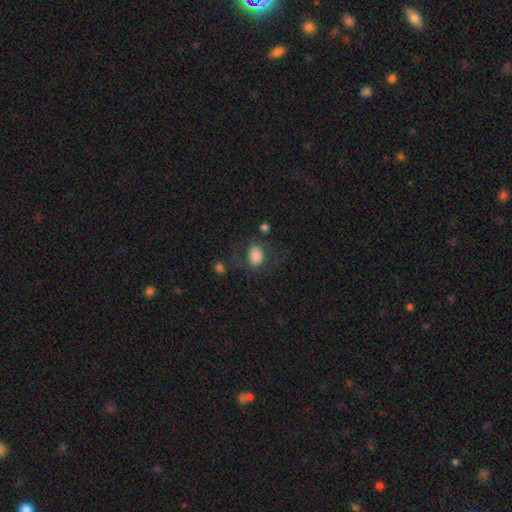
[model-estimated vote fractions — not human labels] This appears to be a smooth galaxy with no disk features (75%) that is in between round and cigar-shaped (73%). Merging: none (61%).